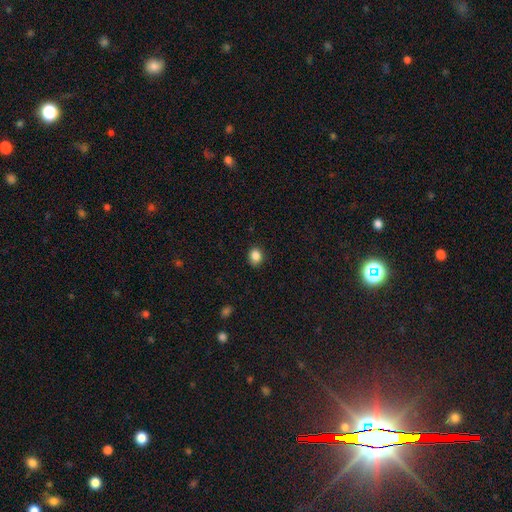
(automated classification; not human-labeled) smooth-or-featured: smooth: 86% | star or artifact: 10% | featured or disk: 4%
  how-rounded: round: 58% | in between: 41% | cigar-shaped: 1%
  merging: none: 87% | minor disturbance: 10% | major disturbance: 2% | merger: 1%